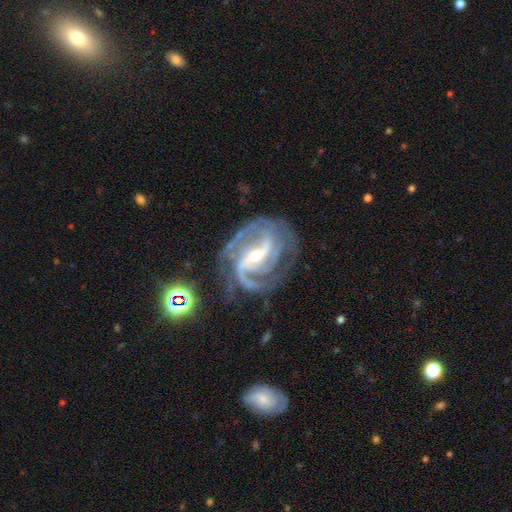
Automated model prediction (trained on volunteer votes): smooth-or-featured: featured or disk: 92% | star or artifact: 5% | smooth: 3%
  disk-edge-on: no: 97% | yes: 3%
    bar: strong: 57% | weak: 32% | no: 11%
    has-spiral-arms: yes: 98% | no: 2%
      spiral-winding: medium: 51% | tight: 36% | loose: 13%
      spiral-arm-count: 2: 52% | 3: 27% | can't tell: 8% | 4: 6% | 1: 4% | more than 4: 4%
    bulge-size: small: 57% | moderate: 40% | large: 2% | none: 1% | dominant: 1%
  merging: none: 67% | minor disturbance: 19% | major disturbance: 12% | merger: 2%